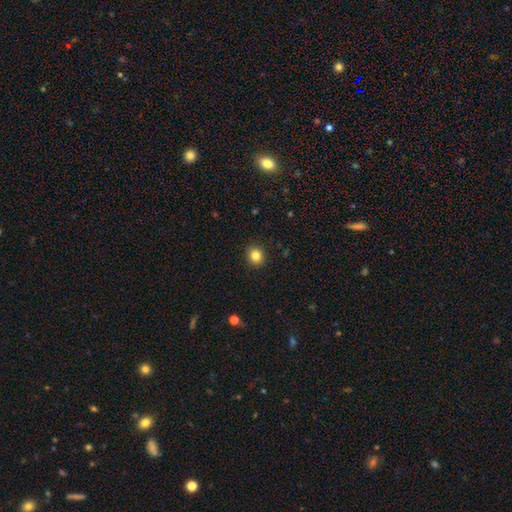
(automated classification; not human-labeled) This is clearly a smooth galaxy (83%). How rounded: likely round (79%). Merging: clearly none (91%).